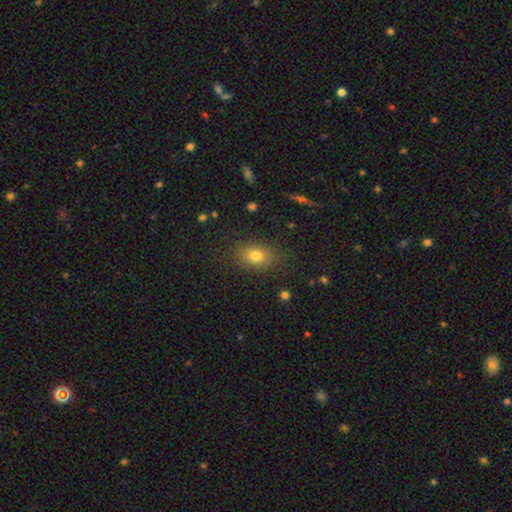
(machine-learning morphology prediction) Smooth or featured?
  - smooth: 77% *
  - star or artifact: 13%
  - featured or disk: 10%
How rounded?
  - in between: 73% *
  - round: 24%
  - cigar-shaped: 2%
Merging?
  - none: 82% *
  - minor disturbance: 12%
  - major disturbance: 4%
  - merger: 2%